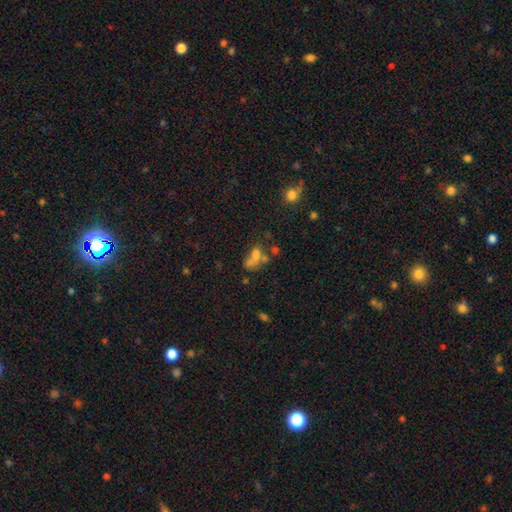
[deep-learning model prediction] Morphology: type=smooth (59%); roundness=in between (63%); merging=merger (43%).